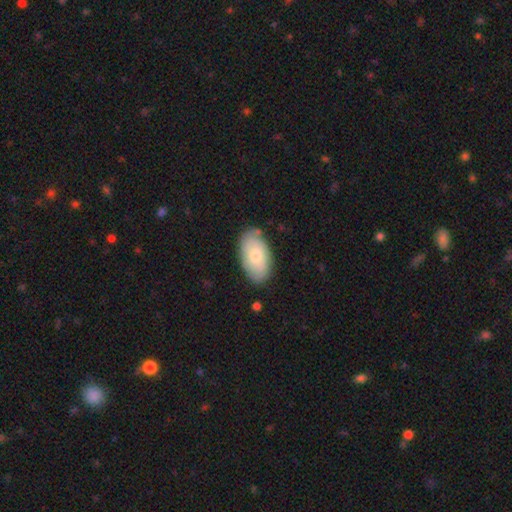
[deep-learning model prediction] Overall: smooth (68%). How rounded: in between (95%). Merging: none (78%).